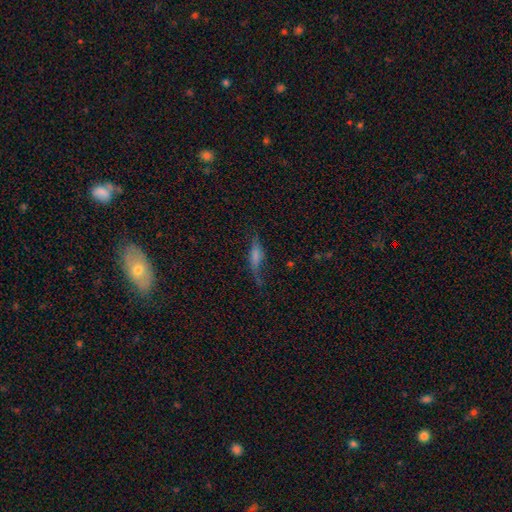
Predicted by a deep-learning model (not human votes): smooth_or_featured: smooth (p=0.46) [alt: featured or disk p=0.41]
merging: none (p=0.55) [alt: minor disturbance p=0.26]